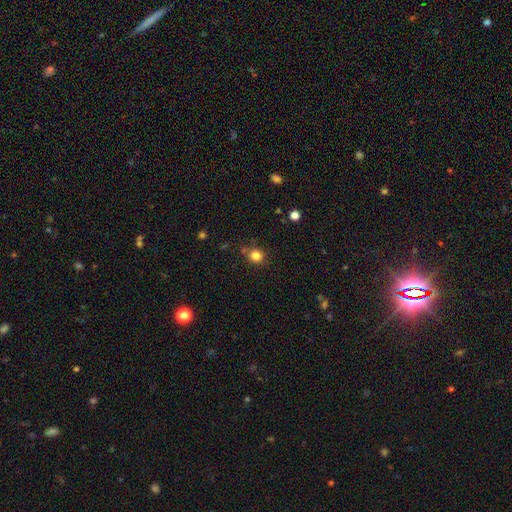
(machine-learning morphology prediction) This is clearly a smooth galaxy (82%). How rounded: clearly round (86%). Merging: likely none (79%).